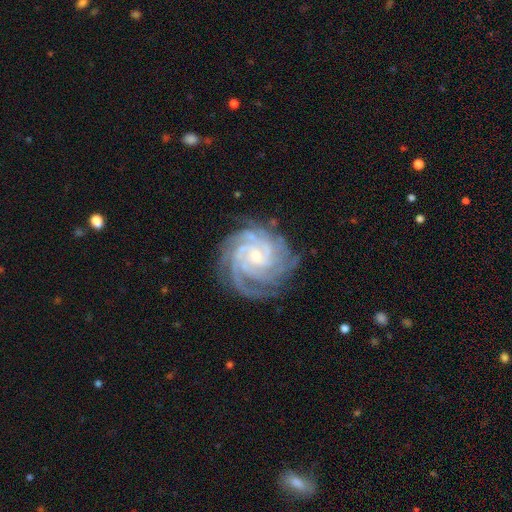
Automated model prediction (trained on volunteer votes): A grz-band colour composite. It shows a featured or disk galaxy (92%) with no bar (62%), 4 (40%) tight (78%) spiral arms (99%) and a small central bulge (69%). Merging: none (80%).